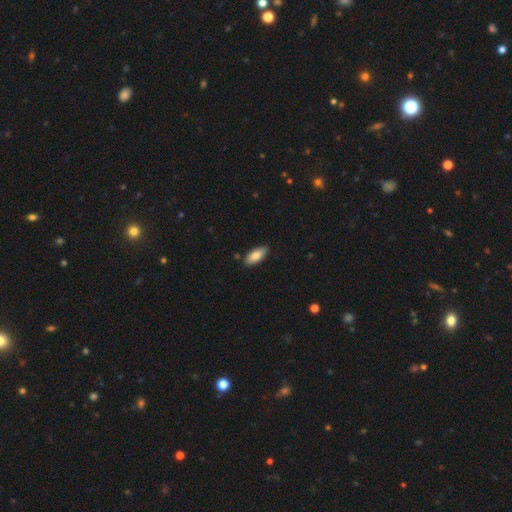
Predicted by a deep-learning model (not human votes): Smooth or featured: smooth — 83% (featured or disk — 11%)
How rounded: in between — 85% (cigar-shaped — 13%)
Merging: none — 87% (minor disturbance — 10%)